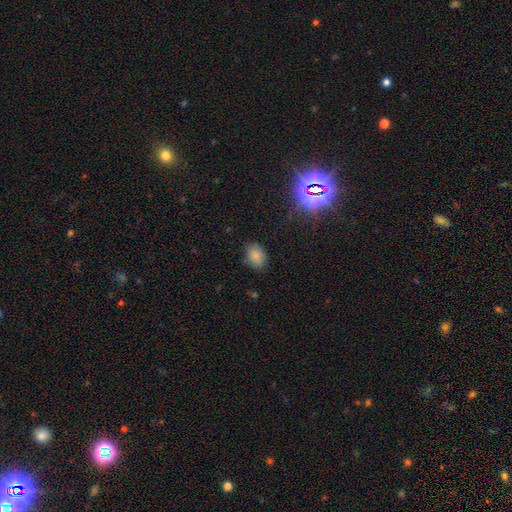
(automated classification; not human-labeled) Smooth or featured?
  - smooth: 80% *
  - star or artifact: 13%
  - featured or disk: 7%
How rounded?
  - in between: 73% *
  - round: 26%
  - cigar-shaped: 1%
Merging?
  - none: 76% *
  - minor disturbance: 19%
  - major disturbance: 4%
  - merger: 2%